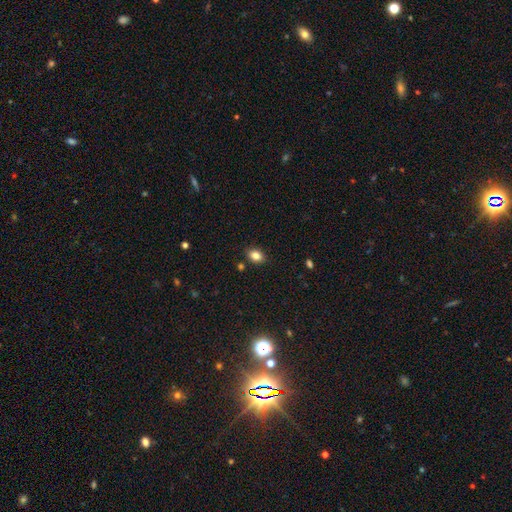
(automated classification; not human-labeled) Smooth or featured? smooth (84%)
How rounded? in between (74%)
Merging? none (86%)